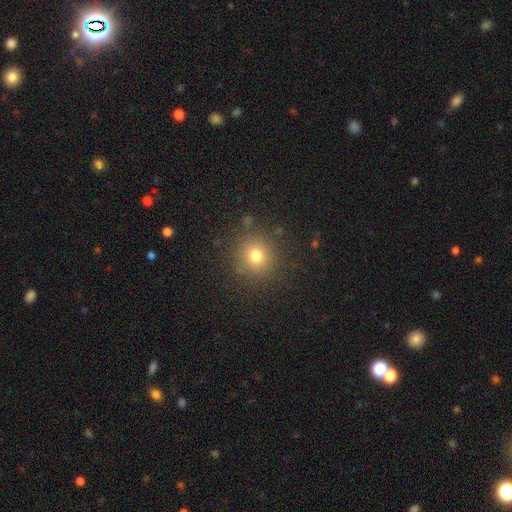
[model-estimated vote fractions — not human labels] Morphology: type=smooth (75%); roundness=round (92%); merging=none (87%).